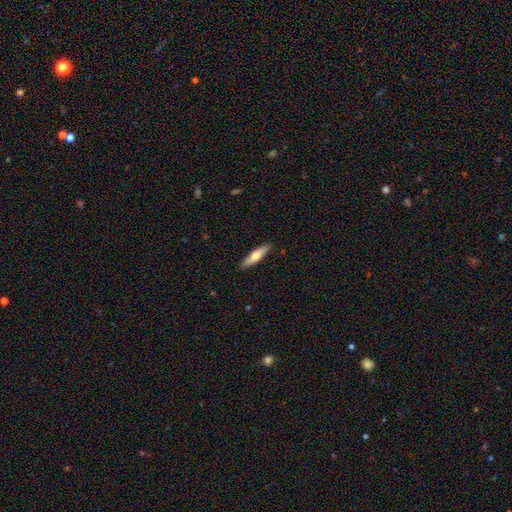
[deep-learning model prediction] Overall: smooth (55%; featured or disk 40%). How rounded: cigar-shaped (81%). Merging: none (90%).